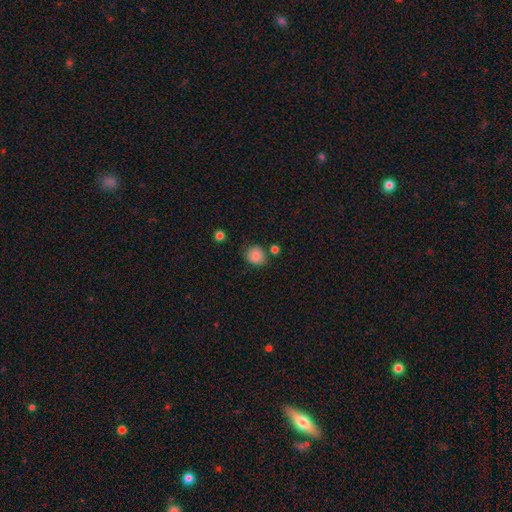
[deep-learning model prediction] This appears to be a smooth galaxy with no disk features (84%) that is round (74%). Merging: none (71%).